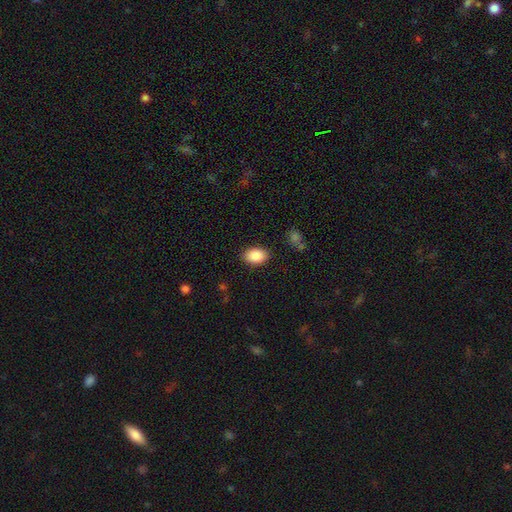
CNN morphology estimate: smooth_or_featured: smooth (p=0.88) [alt: star or artifact p=0.07]
how_rounded: in between (p=0.87) [alt: round p=0.12]
merging: none (p=0.87) [alt: minor disturbance p=0.09]